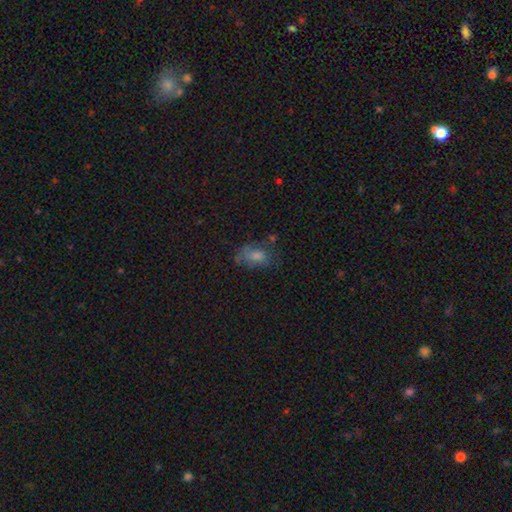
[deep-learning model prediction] Morphology: type=smooth (67%); roundness=in between (83%); merging=none (47%).